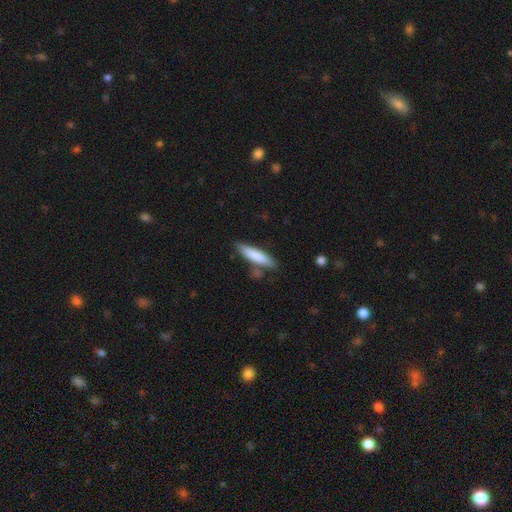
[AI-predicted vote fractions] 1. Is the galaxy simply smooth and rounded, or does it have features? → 81% smooth, 14% featured or disk, 6% star or artifact.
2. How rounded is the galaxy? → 79% cigar-shaped, 20% in between, 1% round.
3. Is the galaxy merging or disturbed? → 77% none, 14% minor disturbance, 7% merger, 3% major disturbance.